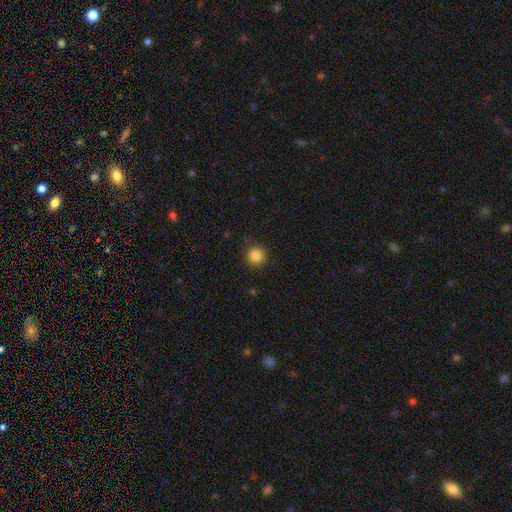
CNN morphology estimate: Smooth or featured? smooth (86%)
How rounded? round (95%)
Merging? none (89%)